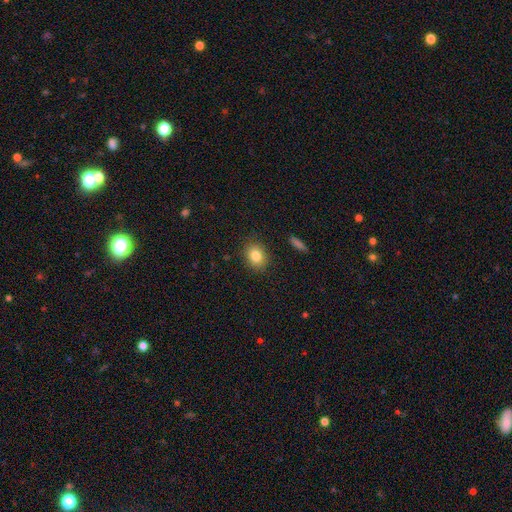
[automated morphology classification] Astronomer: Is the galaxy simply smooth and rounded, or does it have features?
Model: smooth — 83%.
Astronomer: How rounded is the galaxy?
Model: round — 52% (runner-up: in between, 47%).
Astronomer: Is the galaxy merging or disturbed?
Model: none — 87%.